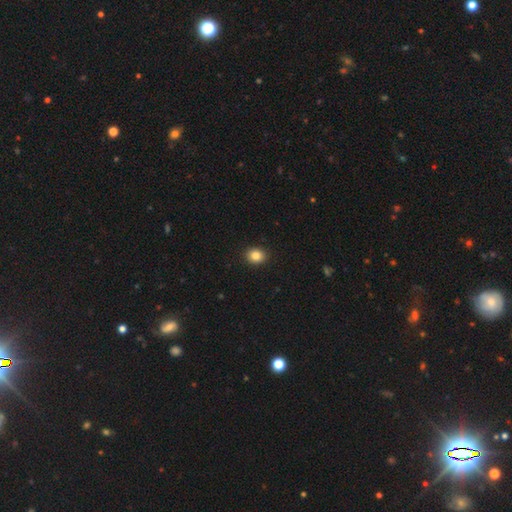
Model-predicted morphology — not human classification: Smooth or featured? smooth (85%)
How rounded? round (64%)
Merging? none (92%)